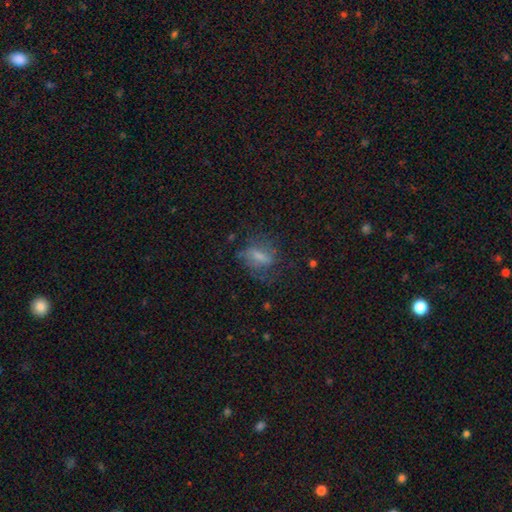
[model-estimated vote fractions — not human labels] Overall: featured or disk (46%; smooth 40%). Merging: none (55%; minor disturbance 22%).